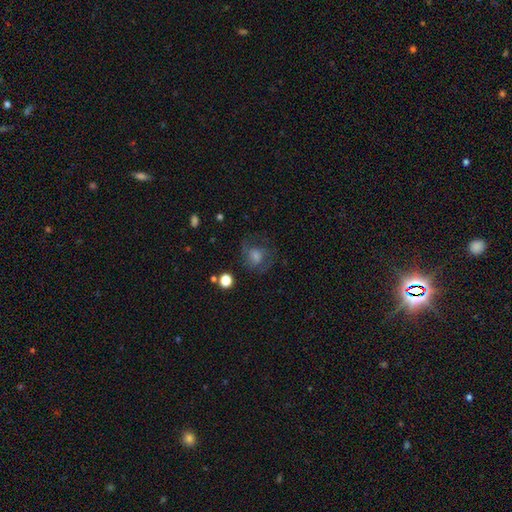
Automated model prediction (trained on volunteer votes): This appears to be a featured or disk galaxy (50%). Merging: none (65%).